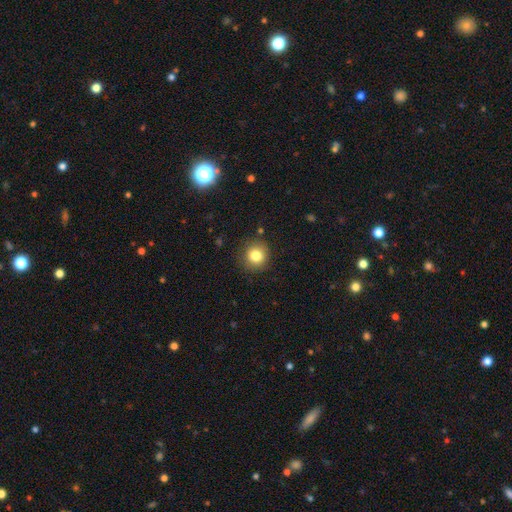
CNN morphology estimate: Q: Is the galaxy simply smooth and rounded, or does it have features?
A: smooth — 82%.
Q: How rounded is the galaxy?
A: round — 90%.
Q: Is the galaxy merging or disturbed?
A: none — 87%.